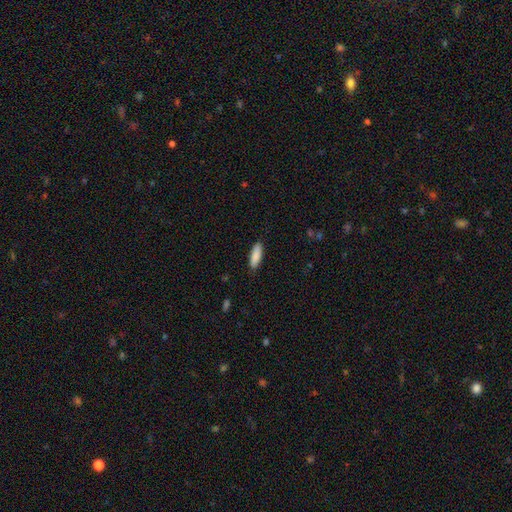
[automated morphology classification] A smooth galaxy with no disk features (89%) that is in between round and cigar-shaped (57%). Merging: none (88%).